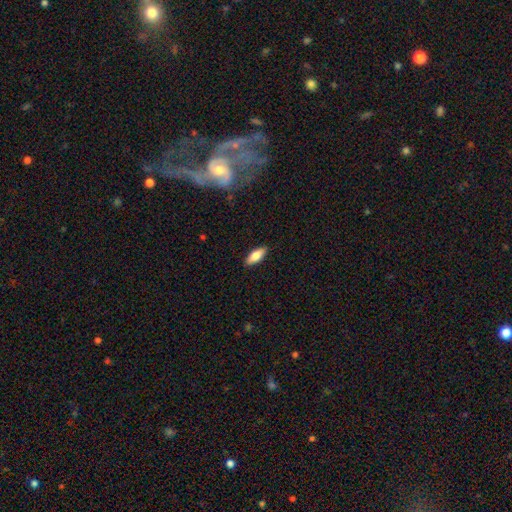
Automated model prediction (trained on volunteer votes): smooth-or-featured: smooth: 77% | featured or disk: 17% | star or artifact: 6%
  how-rounded: in between: 74% | cigar-shaped: 24% | round: 2%
  merging: none: 88% | minor disturbance: 9% | major disturbance: 2% | merger: 1%